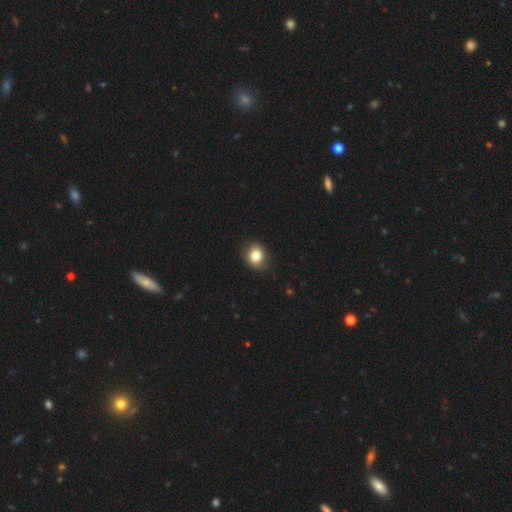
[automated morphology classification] Smooth or featured?
  - smooth: 82% *
  - star or artifact: 10%
  - featured or disk: 8%
How rounded?
  - round: 68% *
  - in between: 31%
  - cigar-shaped: 1%
Merging?
  - none: 85% *
  - minor disturbance: 12%
  - major disturbance: 2%
  - merger: 1%